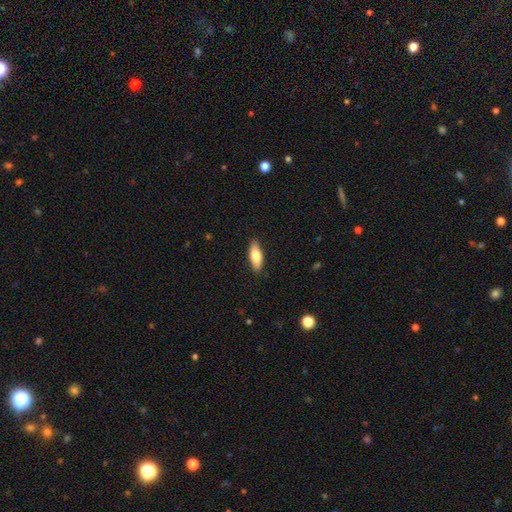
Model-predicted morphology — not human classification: Smooth or featured? Predicted: smooth (p=0.72). How rounded? Predicted: in between (p=0.69). Merging? Predicted: none (p=0.87).